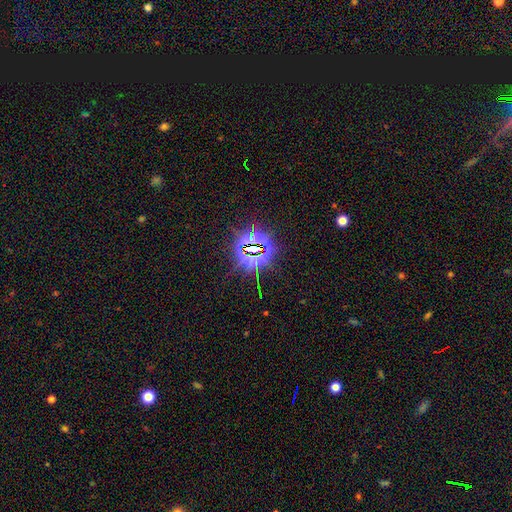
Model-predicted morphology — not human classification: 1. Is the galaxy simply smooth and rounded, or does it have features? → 84% star or artifact, 8% smooth, 8% featured or disk.